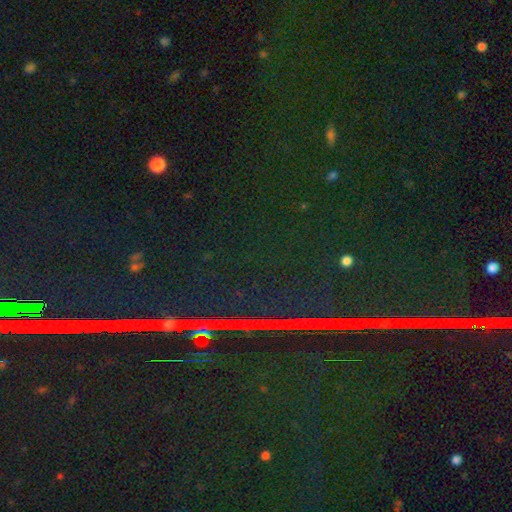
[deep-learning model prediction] Q: Smooth or featured?
A: star or artifact (87%); runner-up: featured or disk (7%)